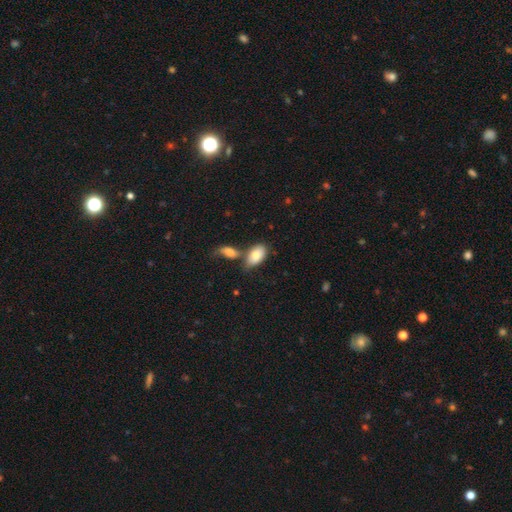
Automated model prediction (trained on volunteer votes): smooth 81%, featured or disk 13%, star or artifact 6%. Down the decision tree: how rounded — in between (93%); merging — none (42%).